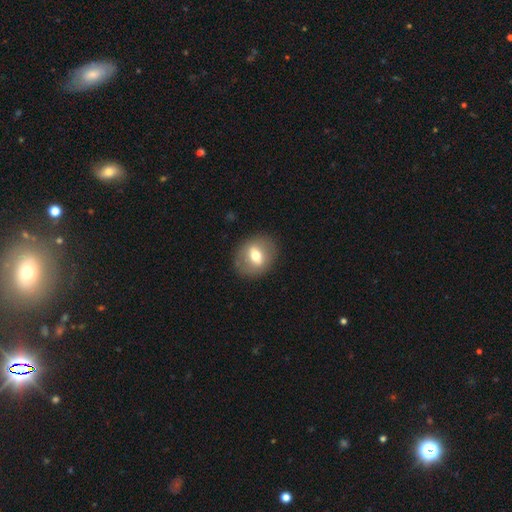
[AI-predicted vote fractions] Smooth or featured? Predicted: smooth (p=0.56). How rounded? Predicted: round (p=0.54). Merging? Predicted: none (p=0.86).